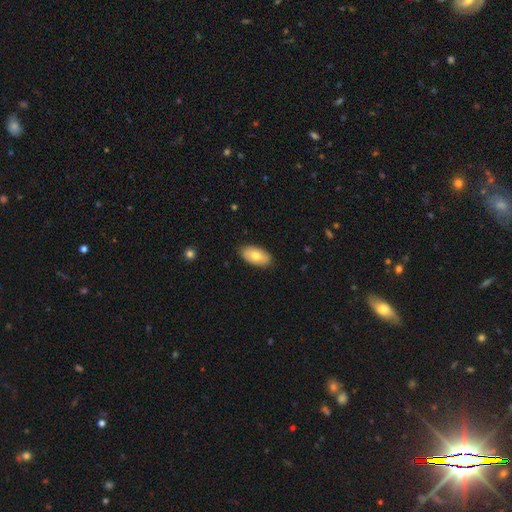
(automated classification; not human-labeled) Morphology: type=smooth (71%); roundness=in between (94%); merging=none (86%).